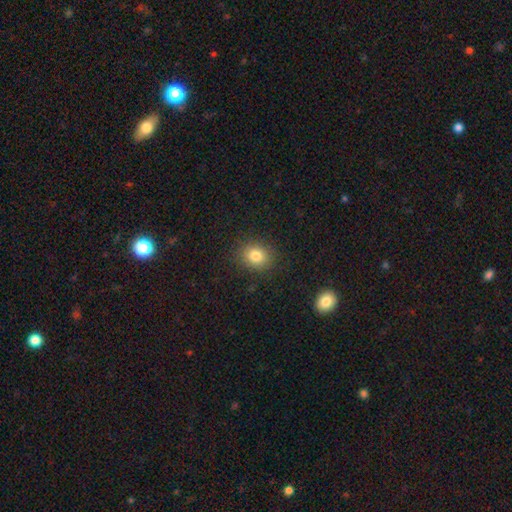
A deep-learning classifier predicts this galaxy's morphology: A smooth galaxy with no disk features (81%) that is round (66%).

Vote fractions:
- Smooth or featured? smooth: 81% / star or artifact: 11% / featured or disk: 7%
- How rounded? round: 66% / in between: 33% / cigar-shaped: 1%
- Merging? none: 88% / minor disturbance: 8% / major disturbance: 3% / merger: 1%